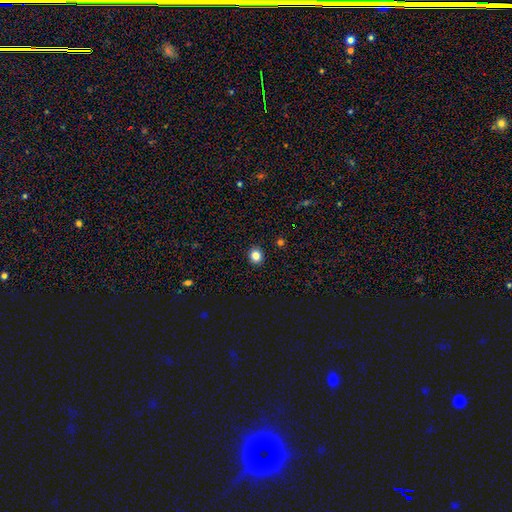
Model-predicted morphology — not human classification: This appears to be a smooth galaxy with no disk features (83%) that is round (81%). Merging: none (92%).